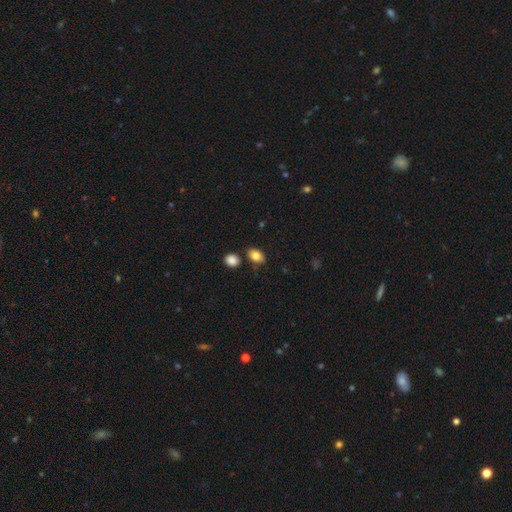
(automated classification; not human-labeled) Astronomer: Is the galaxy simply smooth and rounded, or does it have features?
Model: smooth — 83%.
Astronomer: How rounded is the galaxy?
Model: in between — 79%.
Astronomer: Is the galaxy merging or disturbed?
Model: none — 77%.